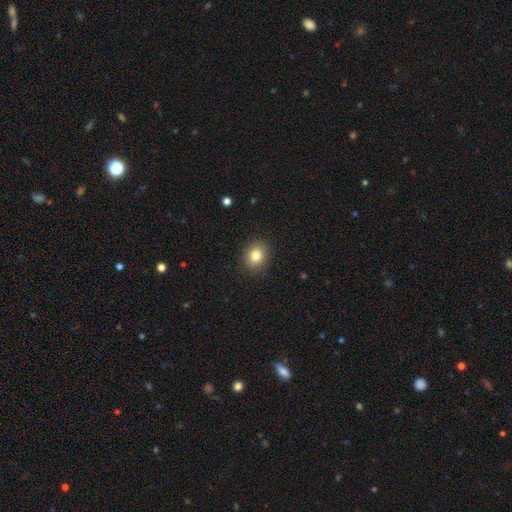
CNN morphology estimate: Smooth or featured: smooth — 82% (star or artifact — 10%)
How rounded: round — 60% (in between — 39%)
Merging: none — 88% (minor disturbance — 9%)